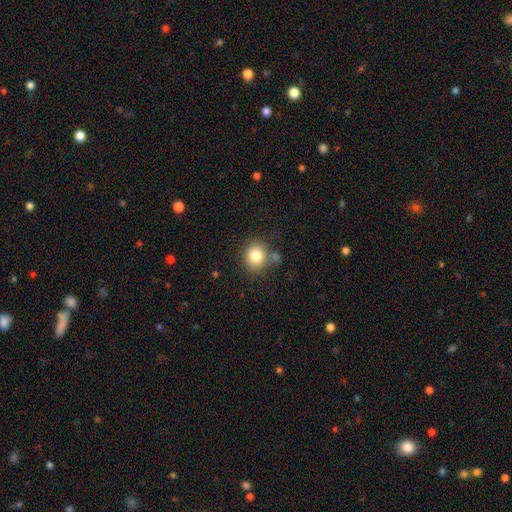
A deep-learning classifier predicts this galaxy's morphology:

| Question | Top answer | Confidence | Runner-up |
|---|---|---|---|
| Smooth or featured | smooth | 81% | star or artifact (10%) |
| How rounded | round | 78% | in between (21%) |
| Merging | none | 73% | minor disturbance (12%) |